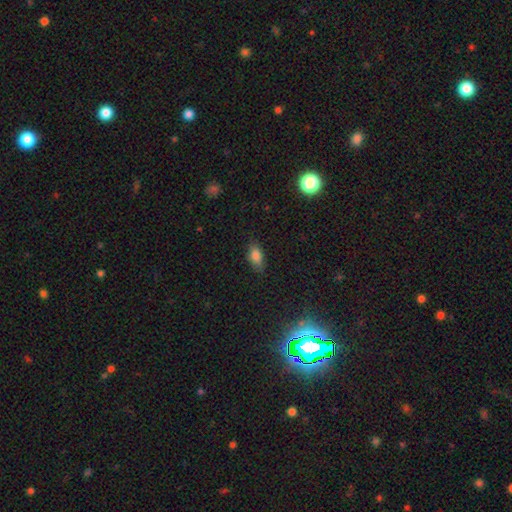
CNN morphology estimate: A smooth galaxy with no disk features (80%) that is in between round and cigar-shaped (87%). Merging: none (81%).